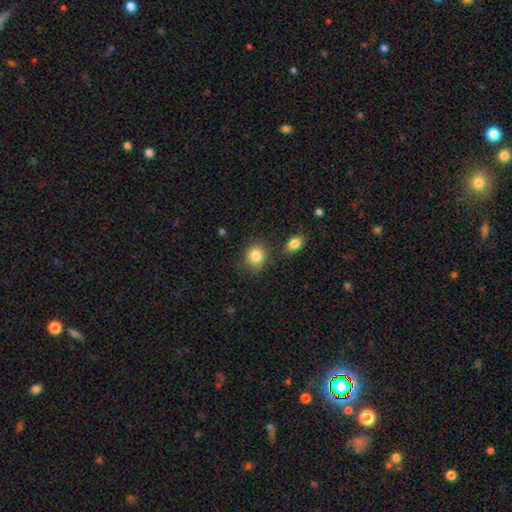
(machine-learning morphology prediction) Q: Smooth or featured?
A: smooth (84%); runner-up: star or artifact (8%)
Q: How rounded?
A: round (66%); runner-up: in between (33%)
Q: Merging?
A: none (75%); runner-up: minor disturbance (15%)